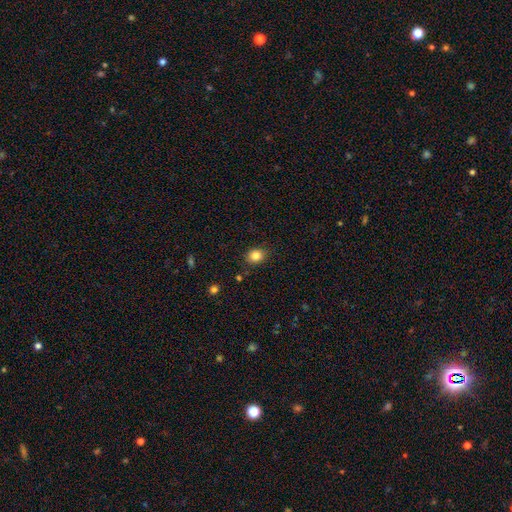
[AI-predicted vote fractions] smooth_or_featured: smooth (p=0.83) [alt: star or artifact p=0.11]
how_rounded: round (p=0.56) [alt: in between p=0.43]
merging: none (p=0.86) [alt: minor disturbance p=0.10]